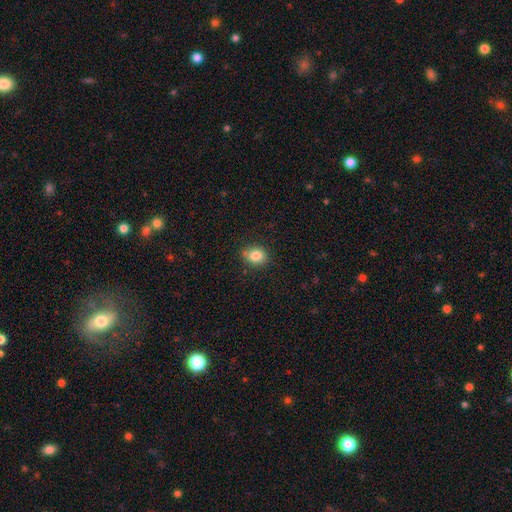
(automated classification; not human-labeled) Morphology: type=smooth (83%); roundness=round (61%); merging=none (80%).